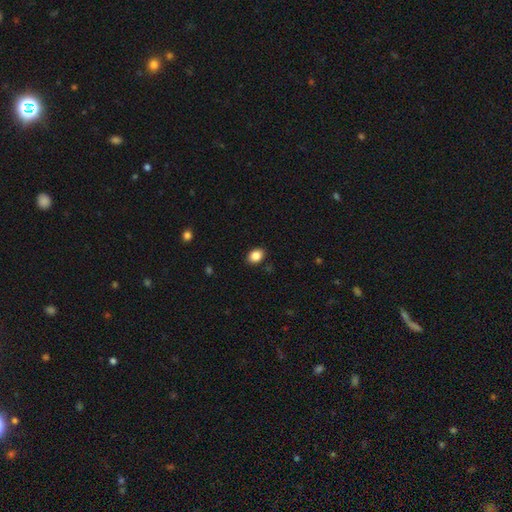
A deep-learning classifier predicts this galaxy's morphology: Smooth or featured: smooth — 86% (star or artifact — 9%)
How rounded: in between — 70% (round — 29%)
Merging: none — 88% (minor disturbance — 9%)